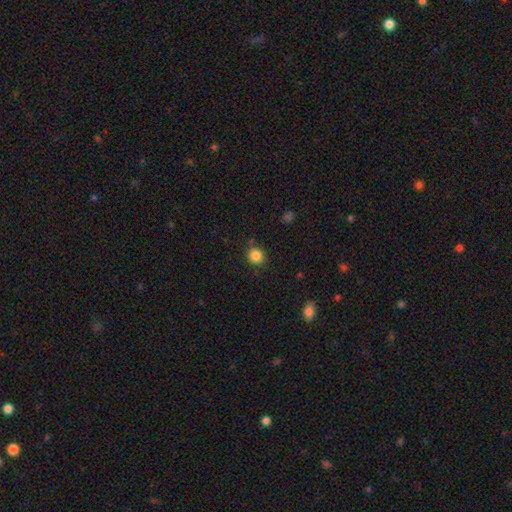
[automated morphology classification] smooth-or-featured: smooth: 85% | star or artifact: 11% | featured or disk: 4%
  how-rounded: round: 83% | in between: 16% | cigar-shaped: 1%
  merging: none: 84% | minor disturbance: 10% | merger: 3% | major disturbance: 3%